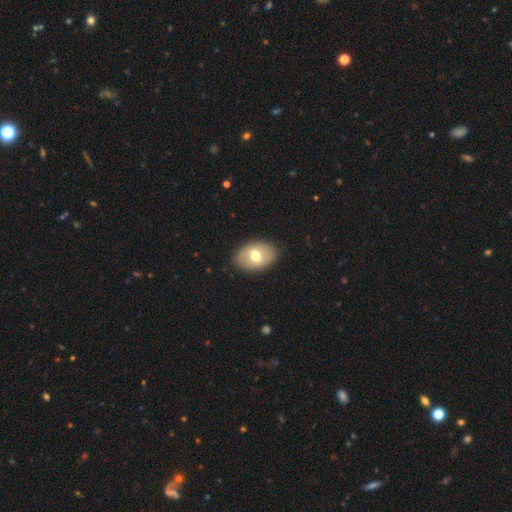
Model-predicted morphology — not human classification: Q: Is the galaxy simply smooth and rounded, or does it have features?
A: smooth — 61%.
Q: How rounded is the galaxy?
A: in between — 80%.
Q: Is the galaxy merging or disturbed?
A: none — 87%.